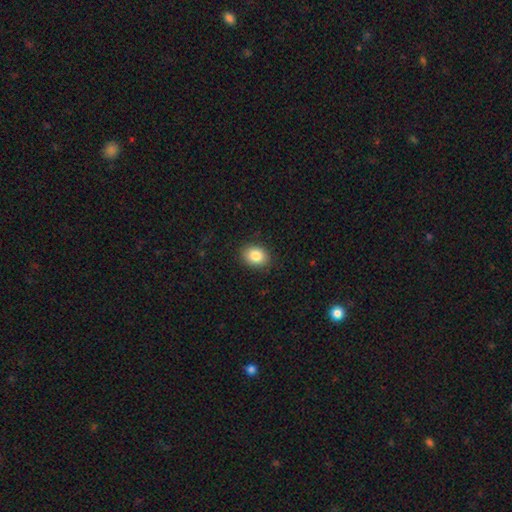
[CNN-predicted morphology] The model was most divided on "how rounded": in between: 56%, round: 43%, cigar-shaped: 1%. More confident: merging — none (88%); smooth or featured — smooth (85%).